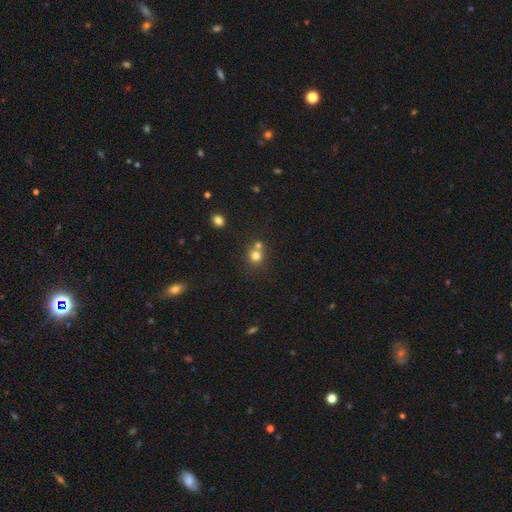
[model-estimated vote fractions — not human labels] Smooth or featured?
  - smooth: 76% *
  - star or artifact: 15%
  - featured or disk: 9%
How rounded?
  - round: 88% *
  - in between: 12%
  - cigar-shaped: 1%
Merging?
  - none: 53% *
  - merger: 38%
  - minor disturbance: 7%
  - major disturbance: 3%